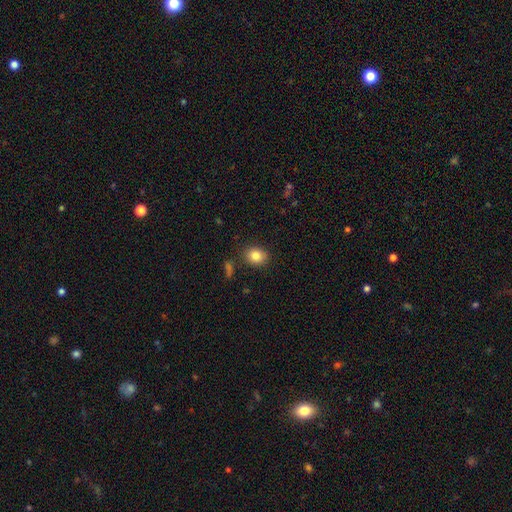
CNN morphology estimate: smooth 83%, star or artifact 10%, featured or disk 7%. Down the decision tree: how rounded — round (52%); merging — none (86%).